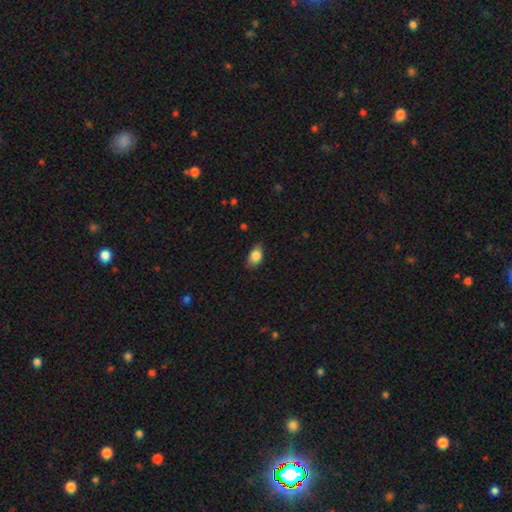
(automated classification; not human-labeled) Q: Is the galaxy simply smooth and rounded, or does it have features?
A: smooth — 86%.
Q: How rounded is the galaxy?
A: in between — 87%.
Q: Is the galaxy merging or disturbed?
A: none — 77%.